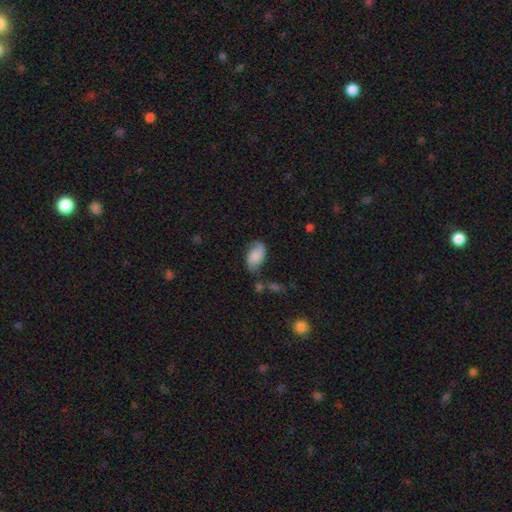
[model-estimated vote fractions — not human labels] This is possibly a smooth galaxy (58%). How rounded: clearly in between (92%). Merging: possibly none (55%).